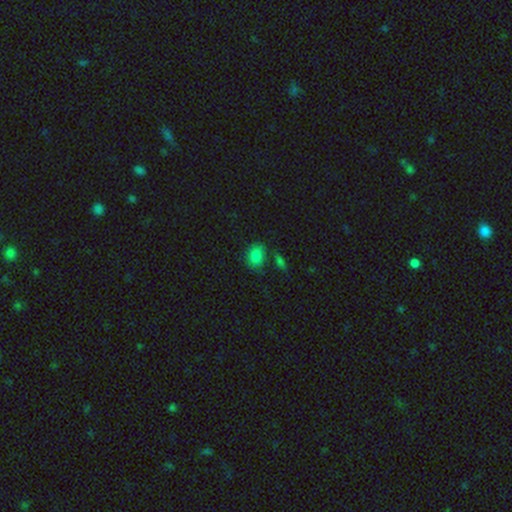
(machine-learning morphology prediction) Smooth or featured?
  - smooth: 81% *
  - star or artifact: 12%
  - featured or disk: 7%
How rounded?
  - in between: 53% *
  - round: 46%
  - cigar-shaped: 1%
Merging?
  - none: 67% *
  - minor disturbance: 18%
  - merger: 9%
  - major disturbance: 5%